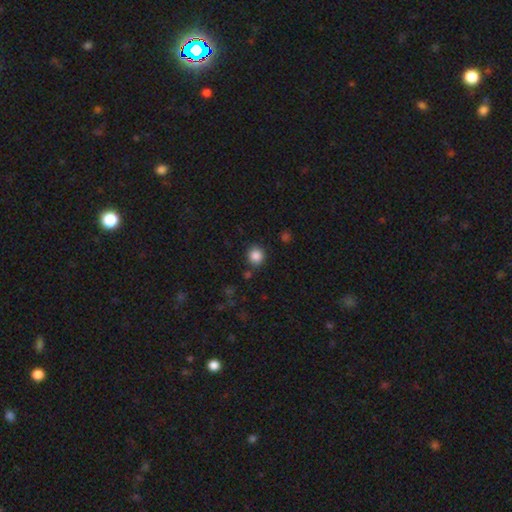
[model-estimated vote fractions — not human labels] This appears to be a smooth galaxy with no disk features (86%) that is round (88%). Merging: none (84%).